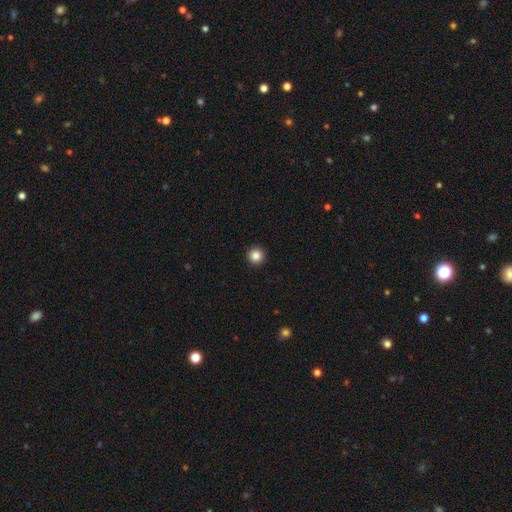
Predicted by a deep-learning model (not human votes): The model was most divided on "smooth or featured": smooth: 85%, star or artifact: 11%, featured or disk: 4%. More confident: how rounded — round (96%); merging — none (94%).